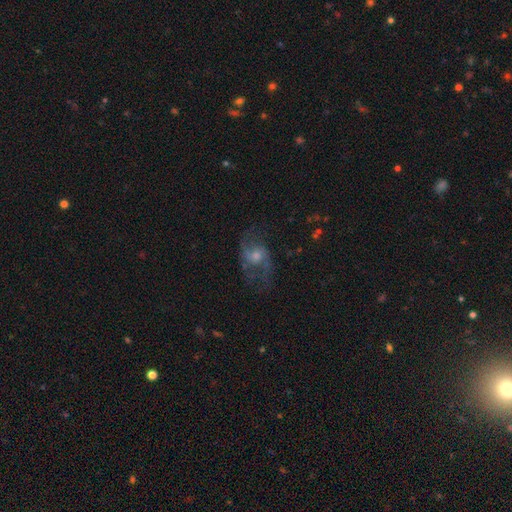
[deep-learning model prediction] Smooth or featured? Predicted: featured or disk (p=0.69). Edge-on disk? Predicted: no (p=0.96). Bar? Predicted: no (p=0.65). Spiral arms? Predicted: yes (p=0.83). Spiral winding? Predicted: loose (p=0.52). Spiral arm count? Predicted: 2 (p=0.76). Bulge size? Predicted: moderate (p=0.48). Merging? Predicted: none (p=0.58).